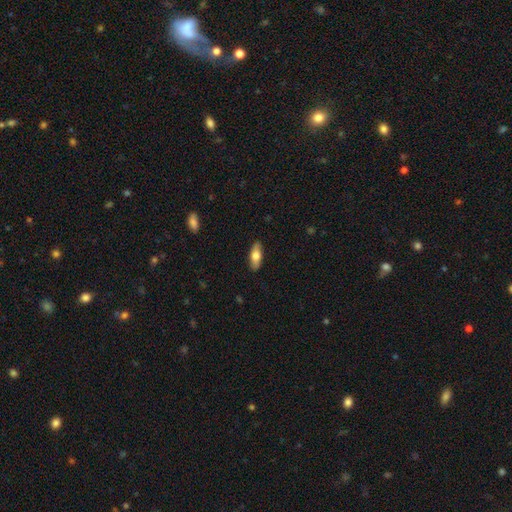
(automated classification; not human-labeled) Q: Smooth or featured?
A: smooth (69%); runner-up: featured or disk (25%)
Q: How rounded?
A: in between (72%); runner-up: cigar-shaped (25%)
Q: Merging?
A: none (87%); runner-up: minor disturbance (10%)